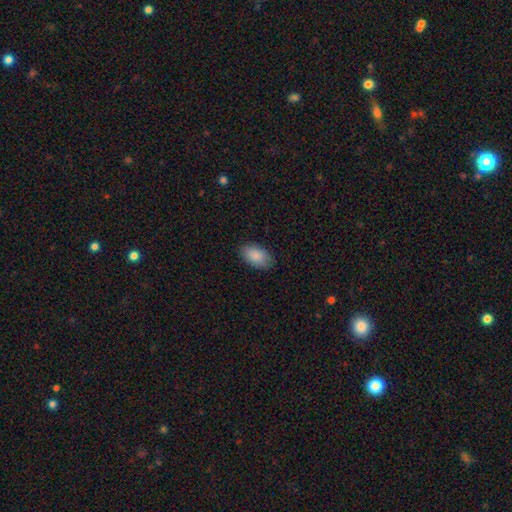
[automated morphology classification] smooth_or_featured: smooth (p=0.89) [alt: star or artifact p=0.07]
how_rounded: in between (p=0.94) [alt: round p=0.05]
merging: none (p=0.87) [alt: minor disturbance p=0.10]